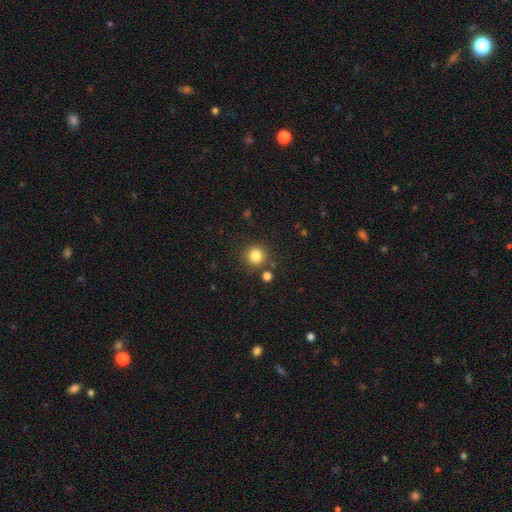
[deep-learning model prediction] Q: Smooth or featured?
A: smooth (83%); runner-up: star or artifact (12%)
Q: How rounded?
A: round (93%); runner-up: in between (6%)
Q: Merging?
A: none (84%); runner-up: minor disturbance (8%)